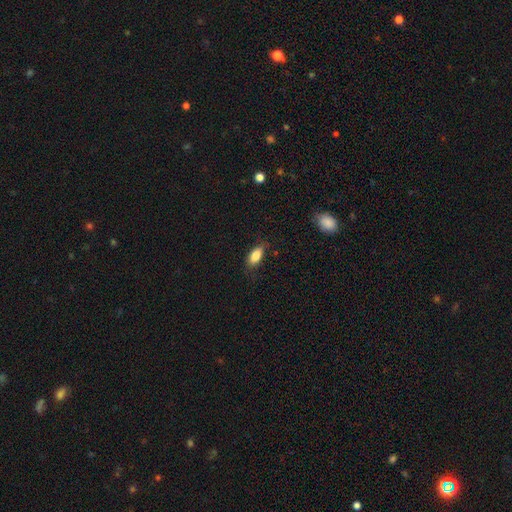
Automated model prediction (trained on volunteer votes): Smooth or featured? Predicted: smooth (p=0.85). How rounded? Predicted: in between (p=0.88). Merging? Predicted: none (p=0.76).